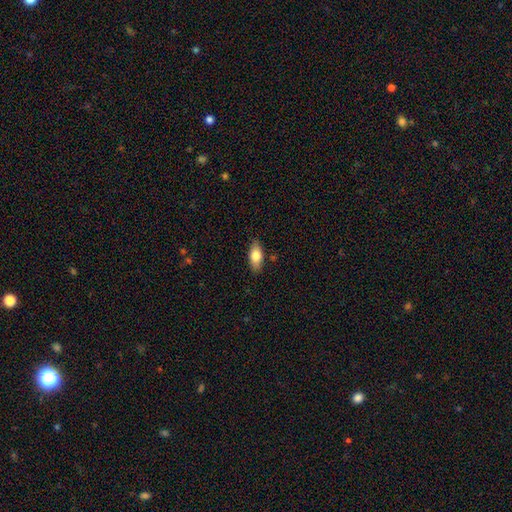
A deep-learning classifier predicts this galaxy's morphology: Smooth or featured: smooth — 77% (featured or disk — 17%)
How rounded: in between — 84% (cigar-shaped — 13%)
Merging: none — 86% (minor disturbance — 11%)